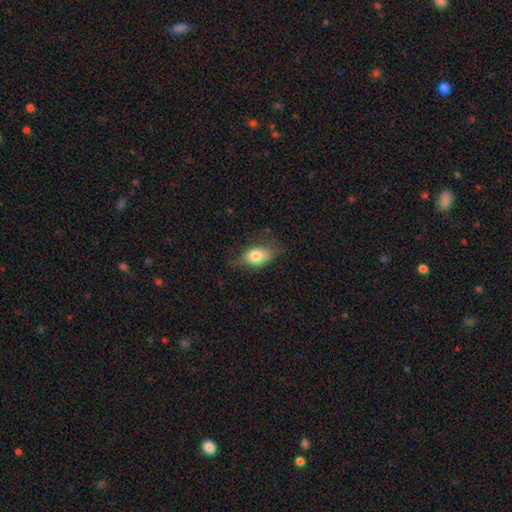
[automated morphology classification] Smooth or featured?
  - smooth: 77% *
  - featured or disk: 15%
  - star or artifact: 8%
How rounded?
  - in between: 81% *
  - round: 16%
  - cigar-shaped: 3%
Merging?
  - none: 55% *
  - minor disturbance: 30%
  - major disturbance: 14%
  - merger: 1%